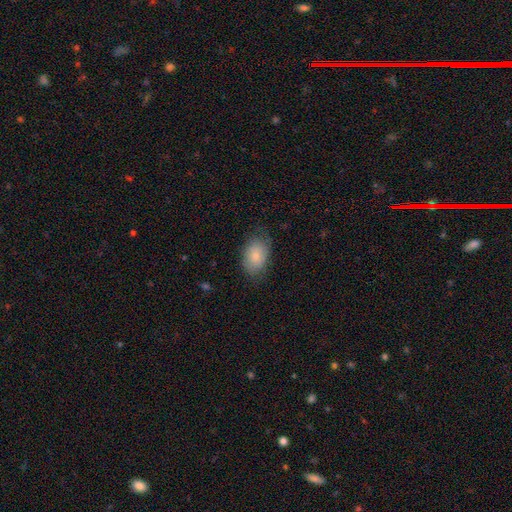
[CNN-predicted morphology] type=smooth (82%); roundness=in between (87%); merging=none (71%).